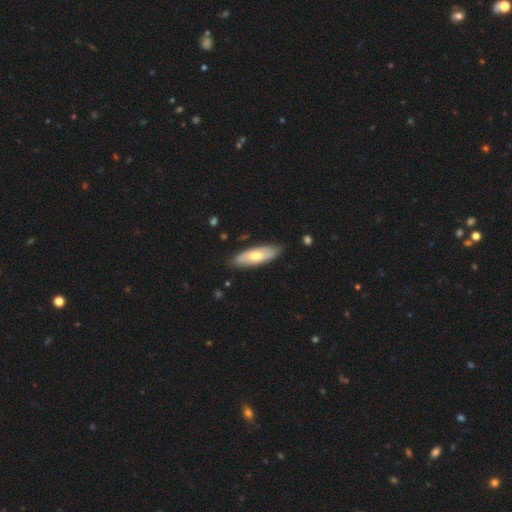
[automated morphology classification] This appears to be a smooth galaxy with no disk features (56%) that is in between round and cigar-shaped (67%). Merging: none (84%).